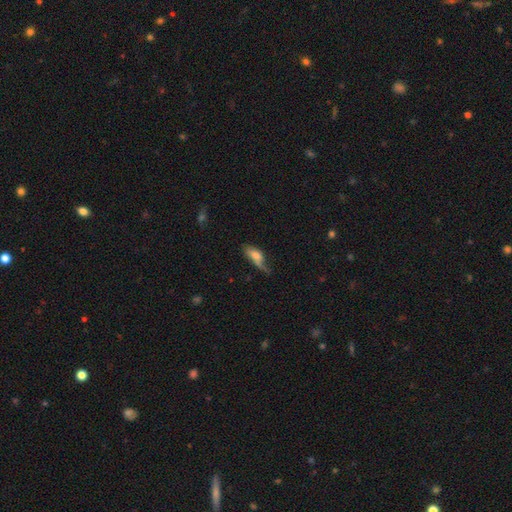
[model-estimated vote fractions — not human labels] Smooth or featured? Predicted: smooth (p=0.59). How rounded? Predicted: in between (p=0.76). Merging? Predicted: major disturbance (p=0.35).